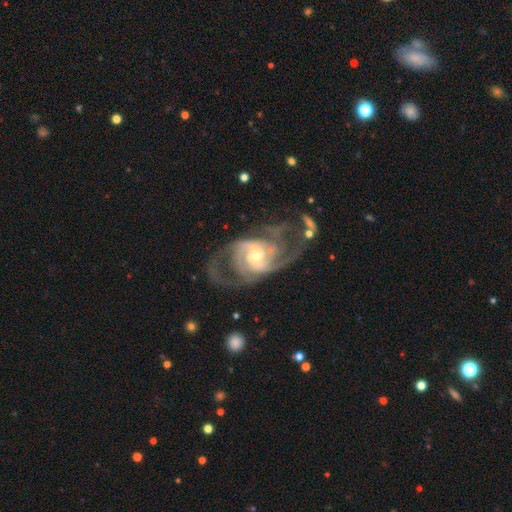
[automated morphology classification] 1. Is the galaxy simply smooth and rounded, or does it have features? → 90% featured or disk, 5% smooth, 5% star or artifact.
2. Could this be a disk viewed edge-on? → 97% no, 3% yes.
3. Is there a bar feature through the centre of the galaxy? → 45% weak, 37% no, 18% strong.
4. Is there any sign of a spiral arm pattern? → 96% yes, 4% no.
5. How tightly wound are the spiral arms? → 49% medium, 35% tight, 16% loose.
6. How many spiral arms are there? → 40% 2, 26% 3, 17% can't tell, 8% 4, 5% 1, 5% more than 4.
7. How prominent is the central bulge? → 61% moderate, 31% small, 6% large, 1% none, 1% dominant.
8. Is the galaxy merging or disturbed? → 50% none, 26% major disturbance, 18% minor disturbance, 5% merger.